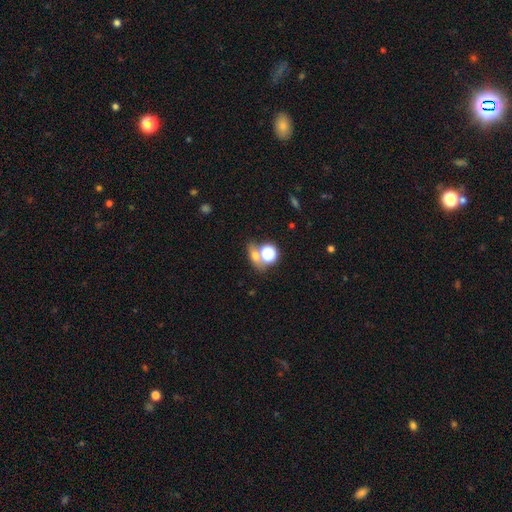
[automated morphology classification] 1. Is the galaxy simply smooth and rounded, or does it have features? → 61% smooth, 25% star or artifact, 13% featured or disk.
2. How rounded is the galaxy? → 53% round, 41% in between, 5% cigar-shaped.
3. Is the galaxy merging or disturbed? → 51% none, 32% merger, 11% minor disturbance, 7% major disturbance.